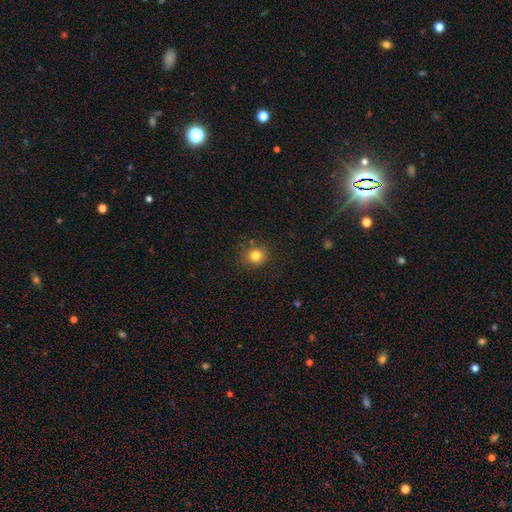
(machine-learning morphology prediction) Smooth or featured: smooth — 81% (star or artifact — 13%)
How rounded: round — 86% (in between — 13%)
Merging: none — 85% (minor disturbance — 10%)